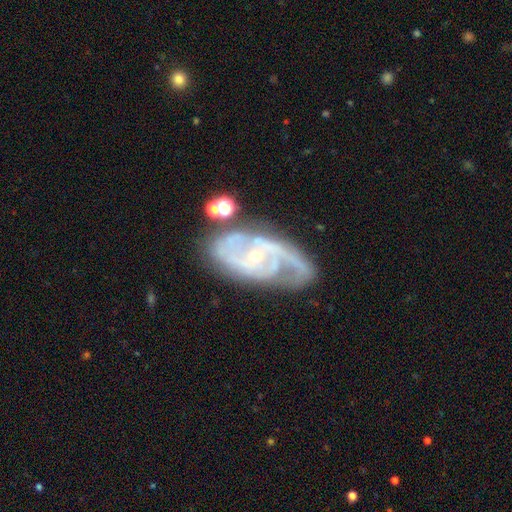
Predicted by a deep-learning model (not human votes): Q: Smooth or featured?
A: featured or disk (87%); runner-up: smooth (7%)
Q: Edge-on disk?
A: no (95%); runner-up: yes (5%)
Q: Bar?
A: no (63%); runner-up: weak (27%)
Q: Spiral arms?
A: yes (93%); runner-up: no (7%)
Q: Spiral winding?
A: medium (44%); runner-up: tight (42%)
Q: Spiral arm count?
A: 2 (56%); runner-up: can't tell (18%)
Q: Bulge size?
A: small (73%); runner-up: moderate (24%)
Q: Merging?
A: none (60%); runner-up: minor disturbance (23%)